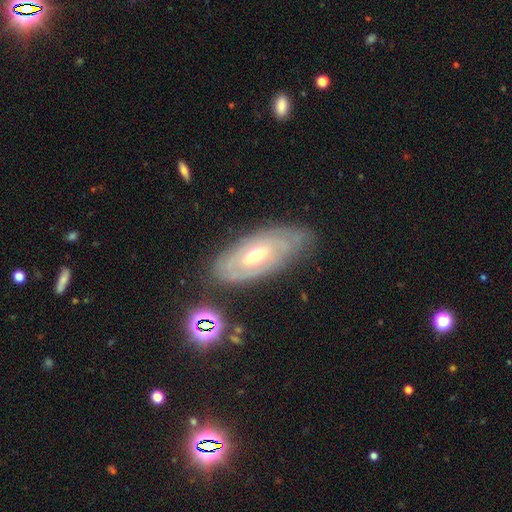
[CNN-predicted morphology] This is likely a featured or disk galaxy (76%). It is clearly not viewed edge-on (88%). Bar: possibly no (57%). Spiral arm pattern: likely yes (74%). Spiral arm count: possibly can't tell (59%). Spiral winding: likely tight (75%). Central bulge: likely moderate (71%). Merging: likely none (74%).